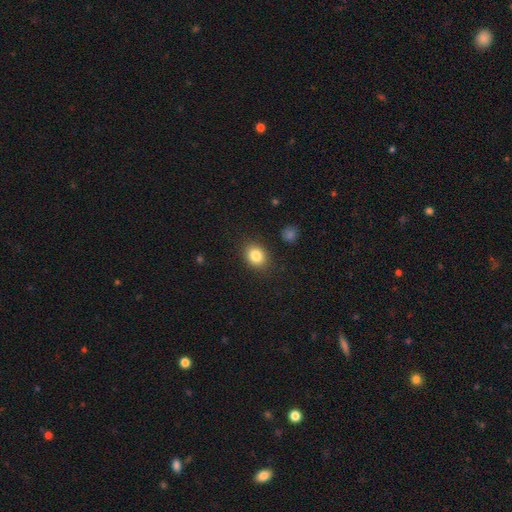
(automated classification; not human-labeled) Overall: smooth (84%). How rounded: round (51%; in between 48%). Merging: none (87%).